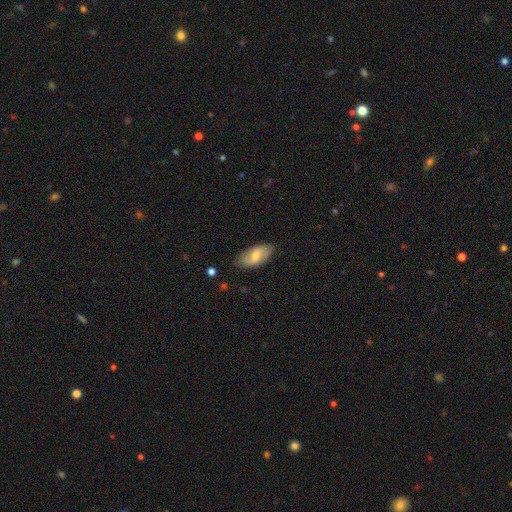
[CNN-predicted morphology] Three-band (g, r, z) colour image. It shows a smooth galaxy with no disk features (52%) that is in between round and cigar-shaped (92%). Merging: none (80%).